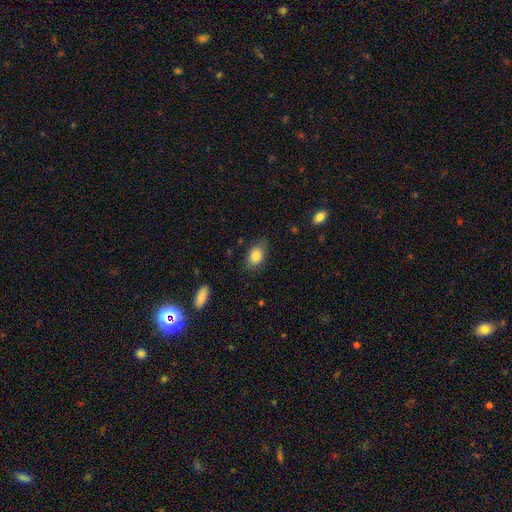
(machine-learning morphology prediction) Smooth or featured? Predicted: smooth (p=0.83). How rounded? Predicted: in between (p=0.84). Merging? Predicted: none (p=0.76).